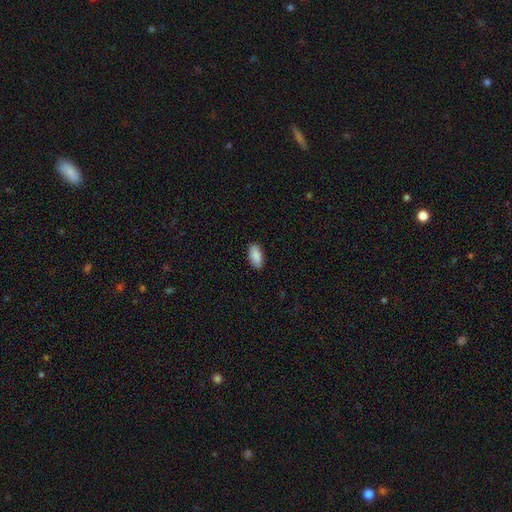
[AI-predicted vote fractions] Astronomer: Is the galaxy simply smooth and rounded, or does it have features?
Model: smooth — 90%.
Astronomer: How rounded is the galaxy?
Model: in between — 92%.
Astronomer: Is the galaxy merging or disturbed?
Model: none — 89%.